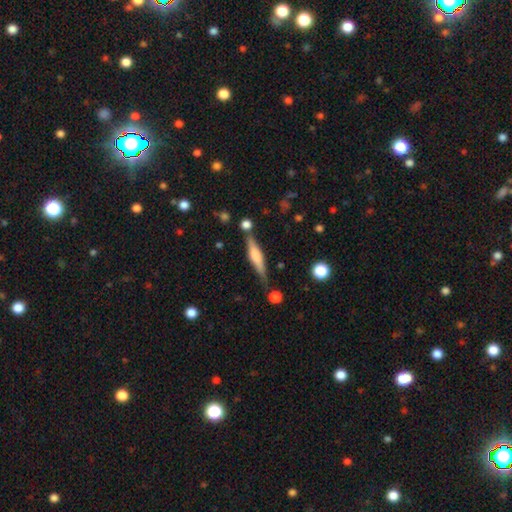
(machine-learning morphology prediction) smooth-or-featured: smooth: 47% (tied) | featured or disk: 47% (tied) | star or artifact: 7%
  merging: none: 72% | minor disturbance: 17% | merger: 7% | major disturbance: 4%